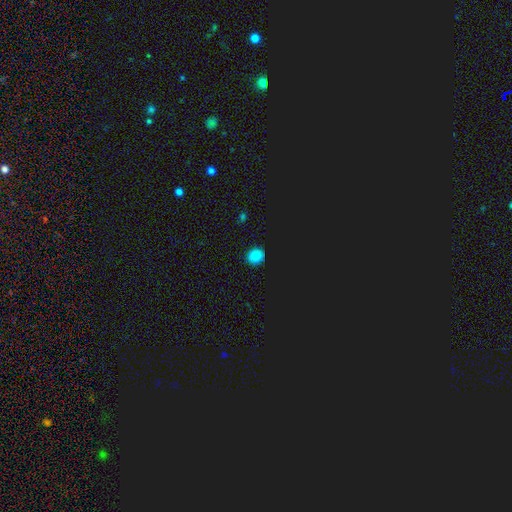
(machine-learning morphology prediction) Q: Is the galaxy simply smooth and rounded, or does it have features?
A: smooth — 78%.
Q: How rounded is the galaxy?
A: round — 87%.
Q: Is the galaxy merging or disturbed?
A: none — 90%.